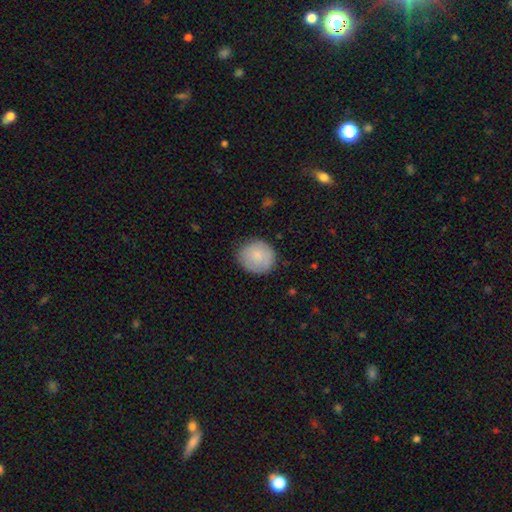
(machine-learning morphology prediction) A smooth galaxy with no disk features (83%) that is round (87%). Merging: none (82%).